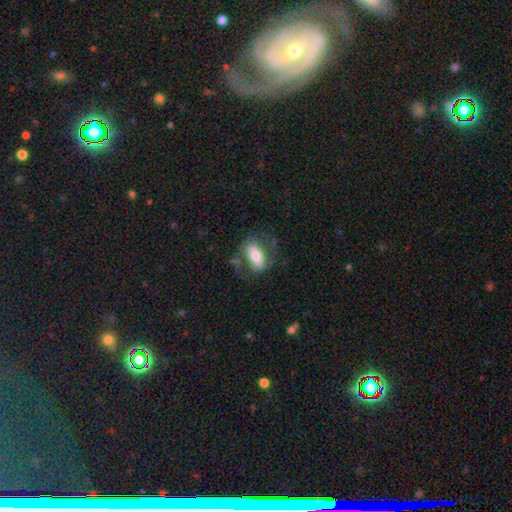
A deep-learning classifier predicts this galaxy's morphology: Q: Smooth or featured?
A: smooth (55%); runner-up: featured or disk (38%)
Q: How rounded?
A: in between (86%); runner-up: round (8%)
Q: Merging?
A: none (58%); runner-up: minor disturbance (21%)